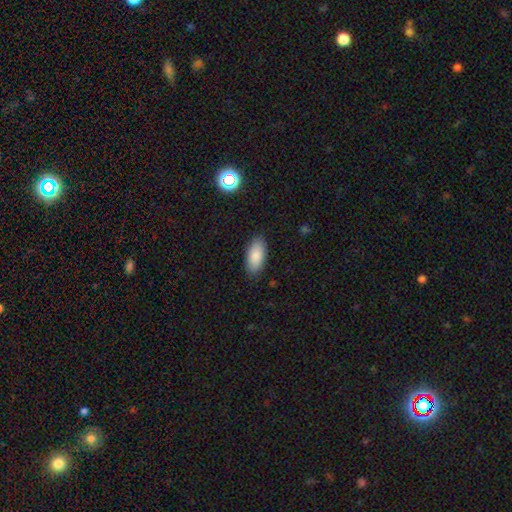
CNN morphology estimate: This is clearly a smooth galaxy (87%). How rounded: clearly in between (91%). Merging: clearly none (86%).